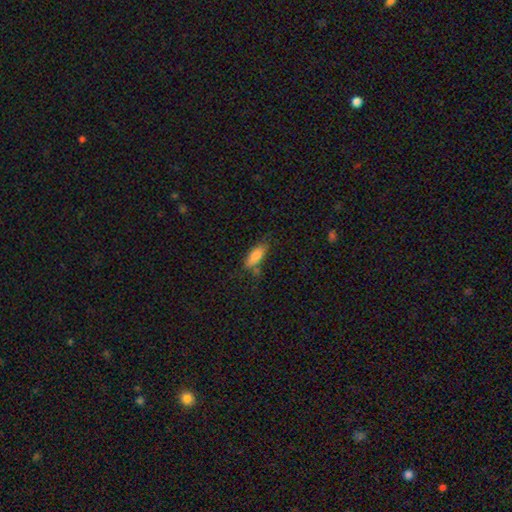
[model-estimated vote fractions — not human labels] smooth 80%, featured or disk 12%, star or artifact 8%. Down the decision tree: how rounded — in between (74%); merging — none (56%).